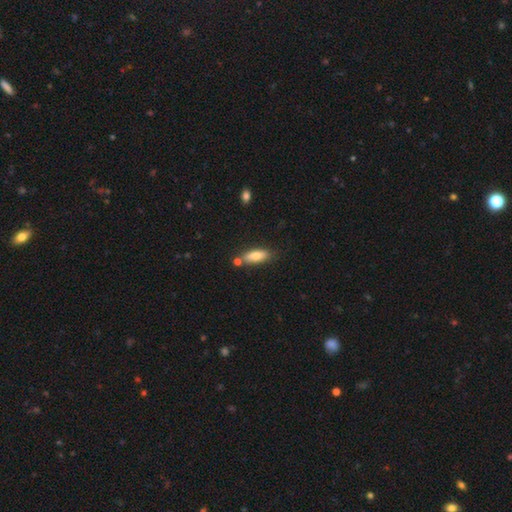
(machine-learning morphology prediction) Smooth or featured?
  - smooth: 77% *
  - featured or disk: 16%
  - star or artifact: 7%
How rounded?
  - in between: 63% *
  - cigar-shaped: 34%
  - round: 2%
Merging?
  - none: 71% *
  - minor disturbance: 14%
  - merger: 12%
  - major disturbance: 3%